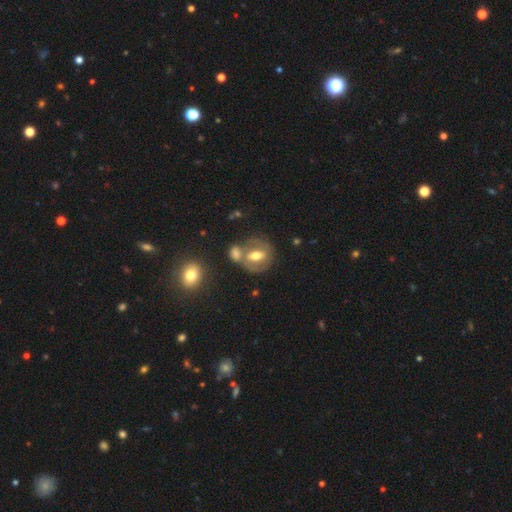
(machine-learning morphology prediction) This appears to be a featured or disk galaxy (48%). Merging: none (45%).